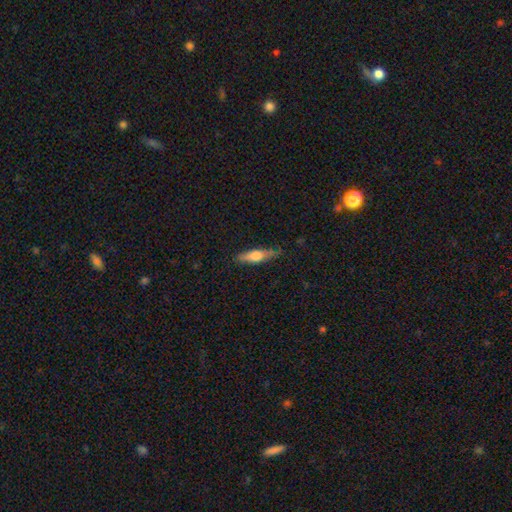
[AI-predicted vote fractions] smooth-or-featured: smooth: 58% | featured or disk: 35% | star or artifact: 6%
  how-rounded: cigar-shaped: 67% | in between: 31% | round: 2%
  merging: none: 78% | minor disturbance: 17% | major disturbance: 3% | merger: 1%